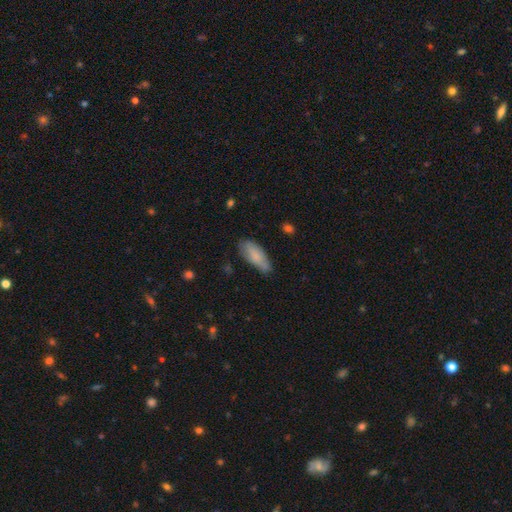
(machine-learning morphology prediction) Smooth or featured?
  - smooth: 79% *
  - featured or disk: 14%
  - star or artifact: 6%
How rounded?
  - in between: 75% *
  - cigar-shaped: 23%
  - round: 2%
Merging?
  - none: 63% *
  - minor disturbance: 28%
  - major disturbance: 6%
  - merger: 3%